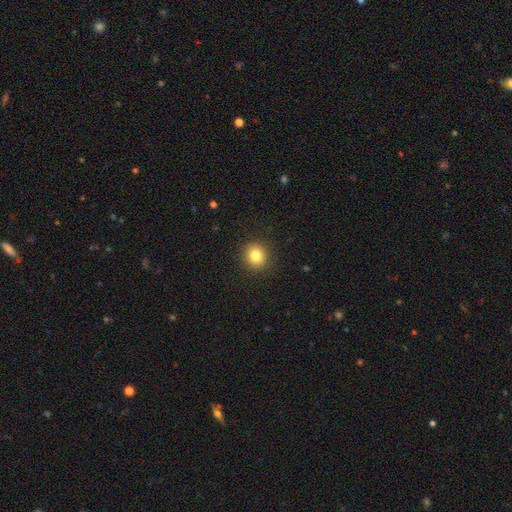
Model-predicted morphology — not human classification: smooth_or_featured: smooth (p=0.82) [alt: star or artifact p=0.11]
how_rounded: round (p=0.86) [alt: in between p=0.13]
merging: none (p=0.91) [alt: minor disturbance p=0.06]